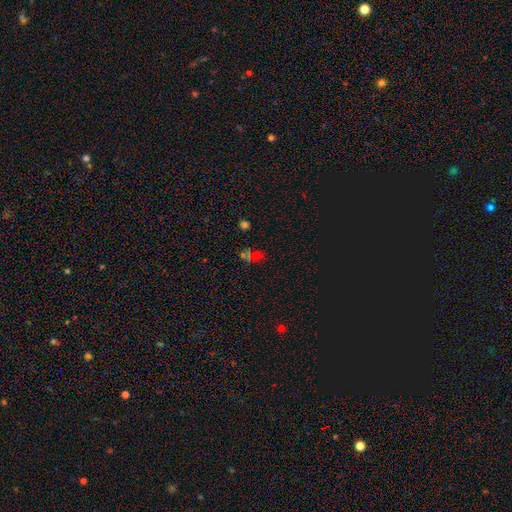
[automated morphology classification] smooth-or-featured: star or artifact: 54% | smooth: 37% | featured or disk: 9%